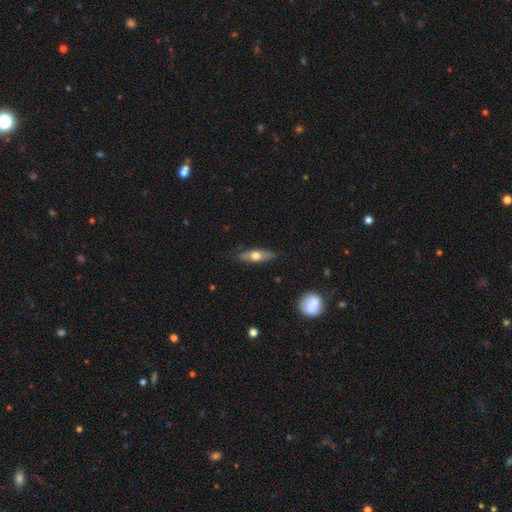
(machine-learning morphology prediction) smooth_or_featured: smooth (p=0.55) [alt: featured or disk p=0.39]
how_rounded: in between (p=0.48) [tied with: cigar-shaped p=0.48]
merging: none (p=0.82) [alt: minor disturbance p=0.14]